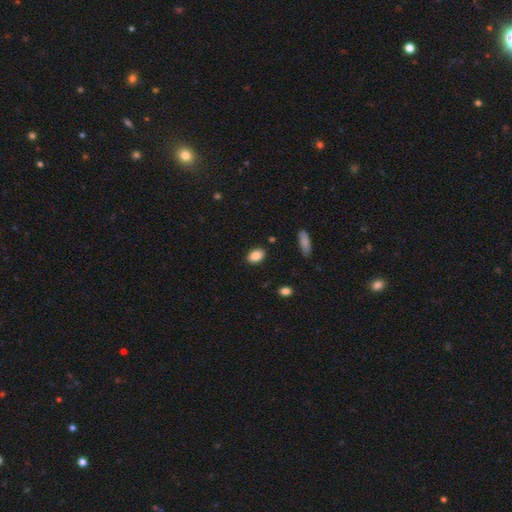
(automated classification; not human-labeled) Smooth or featured: smooth — 86% (star or artifact — 8%)
How rounded: in between — 86% (round — 12%)
Merging: none — 87% (minor disturbance — 9%)